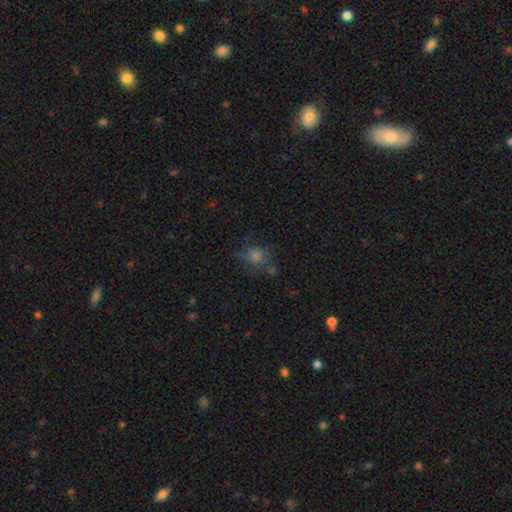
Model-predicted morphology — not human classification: Smooth or featured? Predicted: smooth (p=0.57). How rounded? Predicted: round (p=0.59). Merging? Predicted: none (p=0.54).